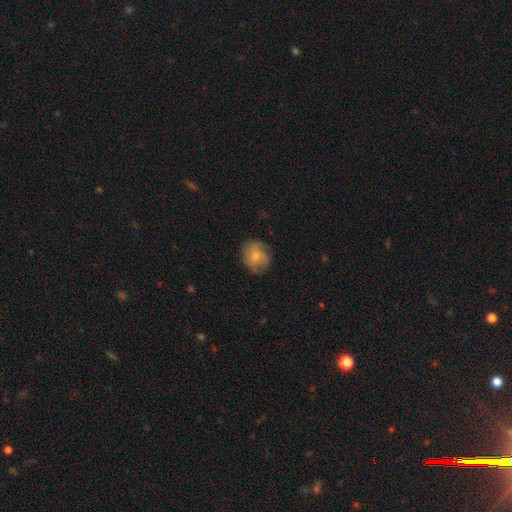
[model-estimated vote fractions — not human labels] This is possibly a smooth galaxy (56%). How rounded: likely round (75%). Merging: likely none (68%).